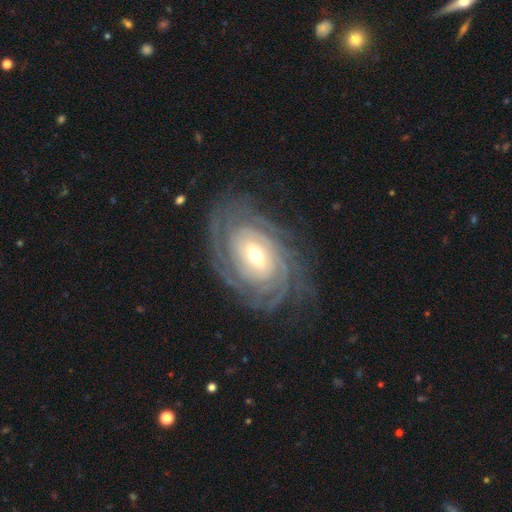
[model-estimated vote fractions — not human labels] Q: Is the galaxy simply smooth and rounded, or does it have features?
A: featured or disk — 90%.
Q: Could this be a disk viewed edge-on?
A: no — 96%.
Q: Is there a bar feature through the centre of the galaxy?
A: weak — 41%.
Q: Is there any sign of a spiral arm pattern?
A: yes — 98%.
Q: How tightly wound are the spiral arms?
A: tight — 83%.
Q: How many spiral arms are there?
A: can't tell — 28%.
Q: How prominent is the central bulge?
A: moderate — 57%.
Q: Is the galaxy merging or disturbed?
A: none — 78%.